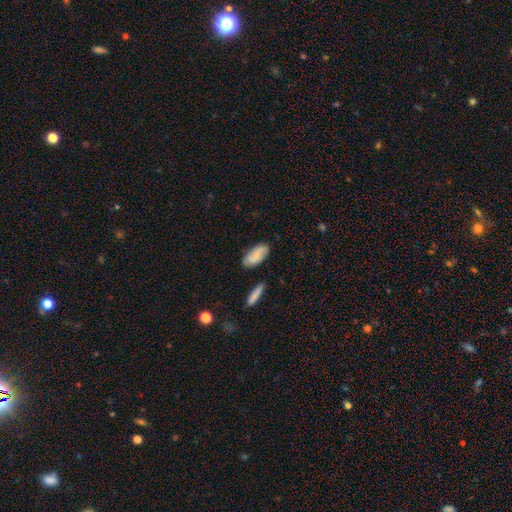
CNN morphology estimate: Q: Smooth or featured?
A: smooth (71%); runner-up: featured or disk (21%)
Q: How rounded?
A: in between (90%); runner-up: cigar-shaped (7%)
Q: Merging?
A: none (78%); runner-up: minor disturbance (15%)